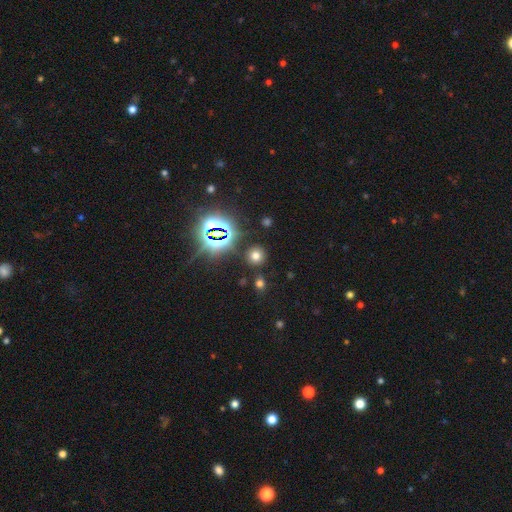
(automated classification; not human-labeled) smooth-or-featured: smooth: 63% | star or artifact: 29% | featured or disk: 8%
  how-rounded: round: 89% | in between: 10% | cigar-shaped: 1%
  merging: none: 86% | minor disturbance: 7% | merger: 4% | major disturbance: 3%